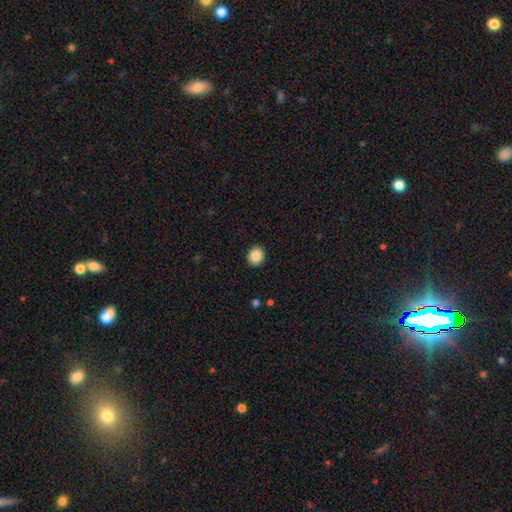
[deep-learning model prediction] This is clearly a smooth galaxy (88%). How rounded: clearly round (80%). Merging: clearly none (91%).